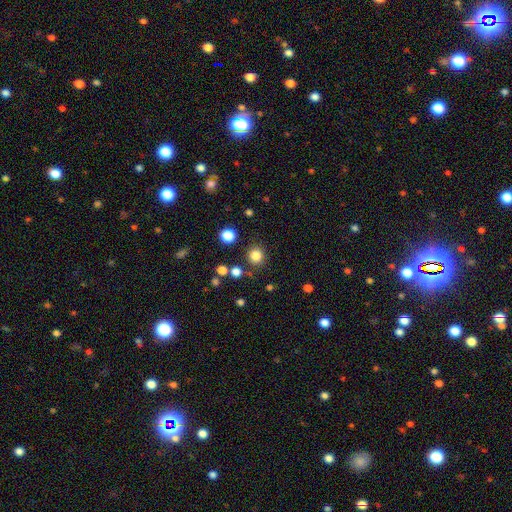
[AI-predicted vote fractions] Morphology: type=smooth (82%); roundness=round (91%); merging=none (86%).